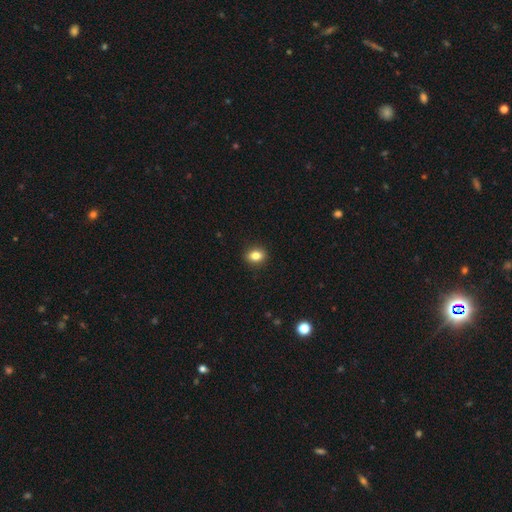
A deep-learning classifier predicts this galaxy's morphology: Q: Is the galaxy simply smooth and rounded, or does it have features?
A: smooth — 83%.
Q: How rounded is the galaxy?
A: in between — 57%.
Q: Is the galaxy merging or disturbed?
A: none — 90%.